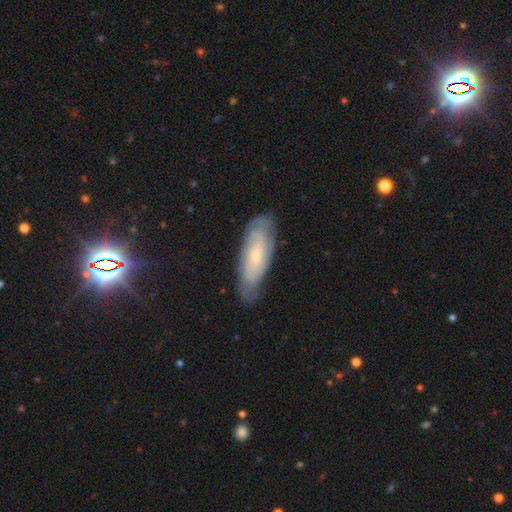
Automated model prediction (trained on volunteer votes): Smooth or featured: featured or disk — 64% (smooth — 29%)
Edge-on disk: no — 83% (yes — 17%)
Bar: no — 71% (weak — 24%)
Spiral arms: yes — 88% (no — 12%)
Bulge size: small — 74% (moderate — 19%)
Merging: none — 74% (minor disturbance — 20%)